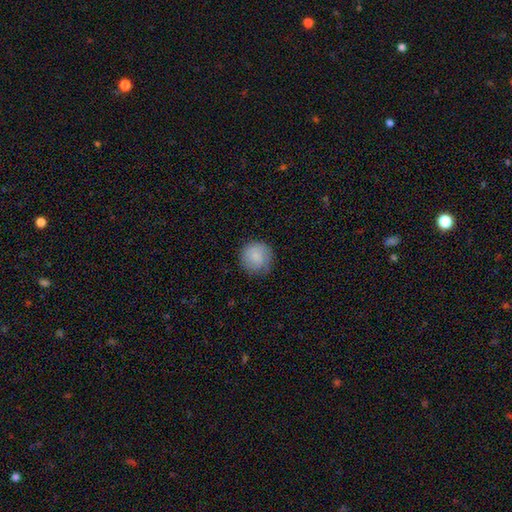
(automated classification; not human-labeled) Overall: smooth (81%). How rounded: round (93%). Merging: none (77%).